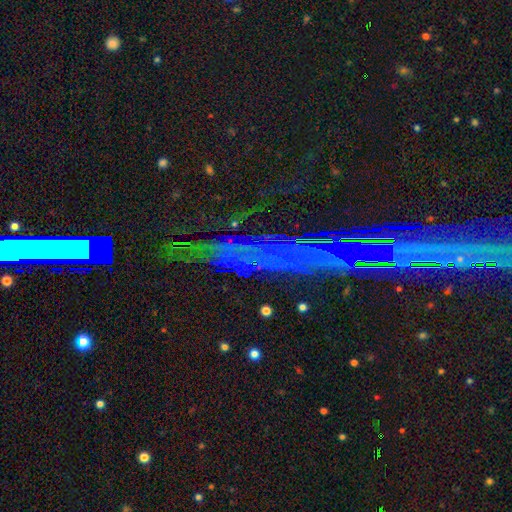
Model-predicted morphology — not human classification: This is clearly a star or artifact rather than a galaxy (83%).